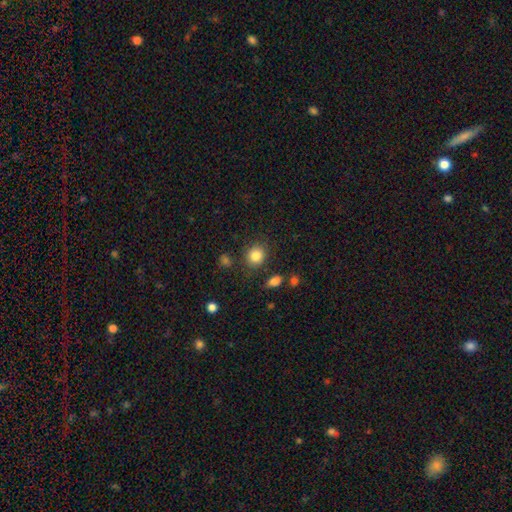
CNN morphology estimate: A smooth galaxy with no disk features (84%) that is round (77%). Merging: none (82%).